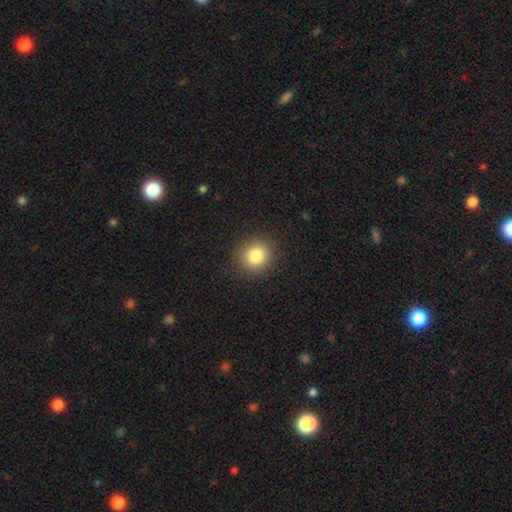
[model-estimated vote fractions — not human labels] Smooth or featured: smooth — 82% (star or artifact — 11%)
How rounded: round — 88% (in between — 11%)
Merging: none — 90% (minor disturbance — 7%)